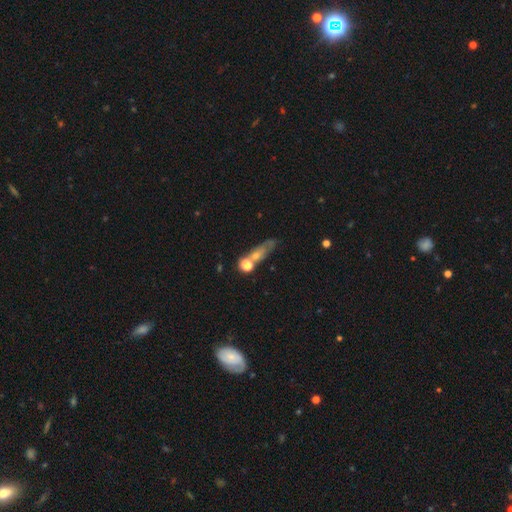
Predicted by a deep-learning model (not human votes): A smooth galaxy with no disk features (47%). Merging: none (47%).